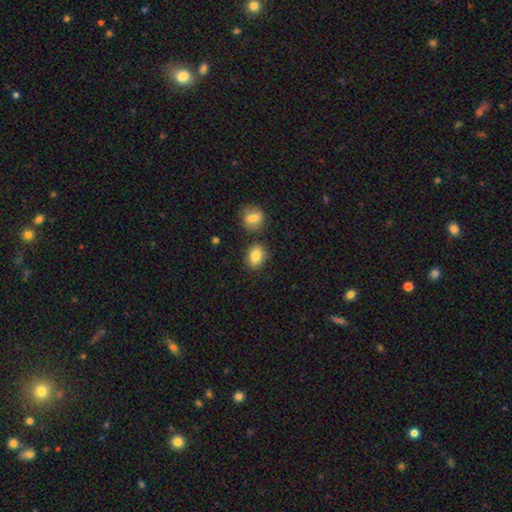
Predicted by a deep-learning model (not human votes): A smooth galaxy with no disk features (83%) that is in between round and cigar-shaped (70%). Merging: none (77%).